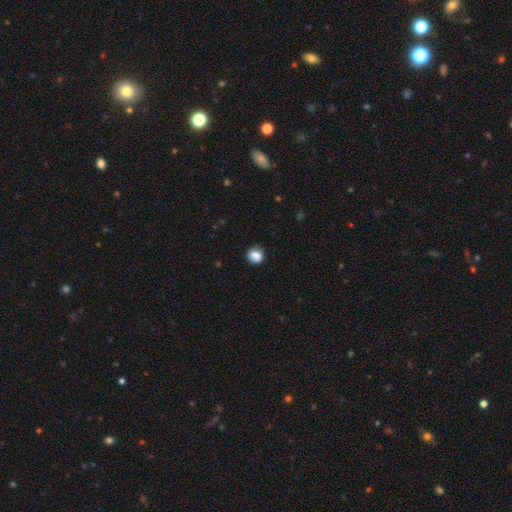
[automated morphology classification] type=smooth (86%); roundness=round (78%); merging=none (82%).